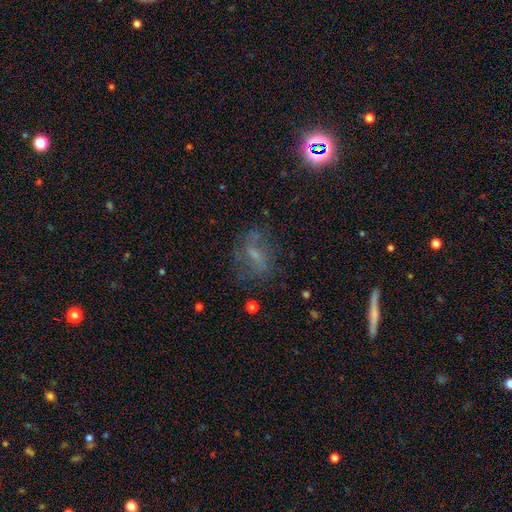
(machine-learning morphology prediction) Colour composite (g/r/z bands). It shows a featured or disk galaxy (43%). Merging: none (59%).